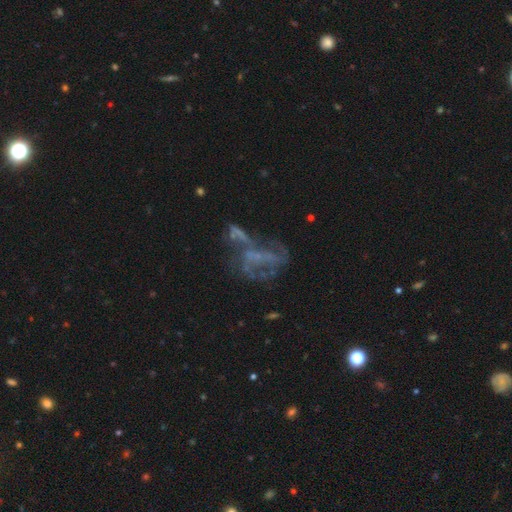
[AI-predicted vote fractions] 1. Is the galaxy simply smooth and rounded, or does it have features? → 61% featured or disk, 23% star or artifact, 16% smooth.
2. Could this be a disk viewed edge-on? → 95% no, 5% yes.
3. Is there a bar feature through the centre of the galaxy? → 64% no, 23% weak, 13% strong.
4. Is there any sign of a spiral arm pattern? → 60% no, 40% yes.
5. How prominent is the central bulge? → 69% none, 21% small, 7% moderate, 2% large, 1% dominant.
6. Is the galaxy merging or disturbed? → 34% major disturbance, 30% merger, 24% none, 12% minor disturbance.